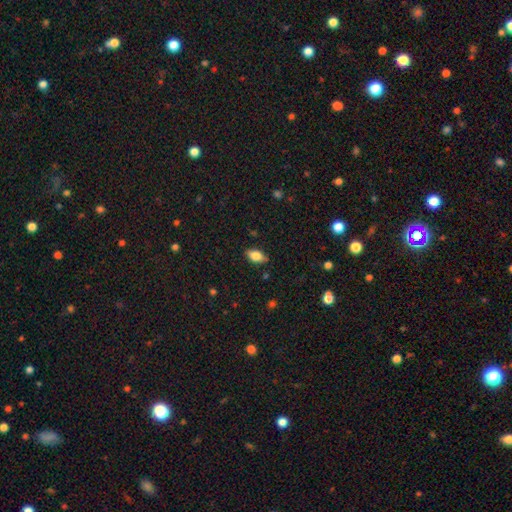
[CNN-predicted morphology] Smooth or featured? smooth (78%)
How rounded? in between (89%)
Merging? none (84%)